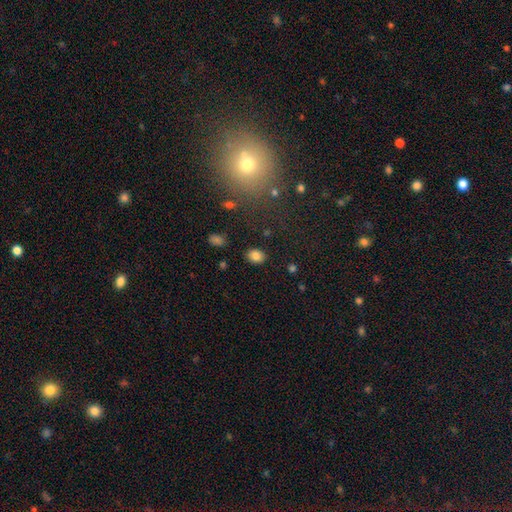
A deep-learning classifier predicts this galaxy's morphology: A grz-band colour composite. It shows a smooth galaxy with no disk features (84%) that is in between round and cigar-shaped (63%). Merging: none (86%).